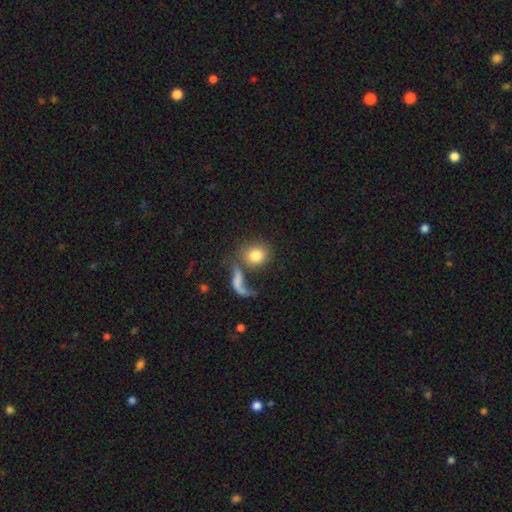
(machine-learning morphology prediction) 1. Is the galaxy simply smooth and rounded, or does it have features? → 77% smooth, 14% featured or disk, 8% star or artifact.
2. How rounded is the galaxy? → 76% round, 22% in between, 2% cigar-shaped.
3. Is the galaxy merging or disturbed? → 48% none, 29% merger, 13% major disturbance, 10% minor disturbance.